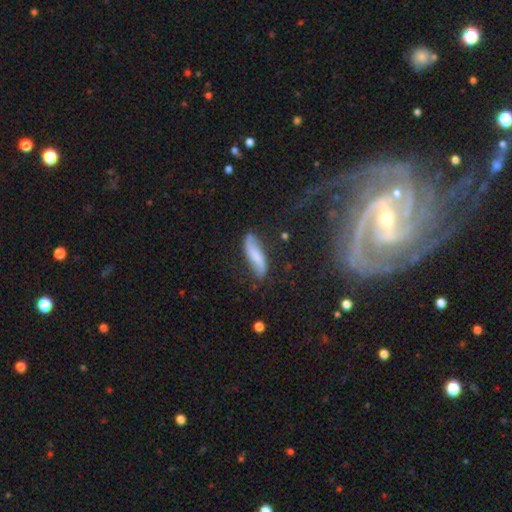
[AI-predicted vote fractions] Q: Smooth or featured?
A: smooth (55%); runner-up: featured or disk (38%)
Q: How rounded?
A: cigar-shaped (62%); runner-up: in between (35%)
Q: Merging?
A: none (69%); runner-up: minor disturbance (22%)